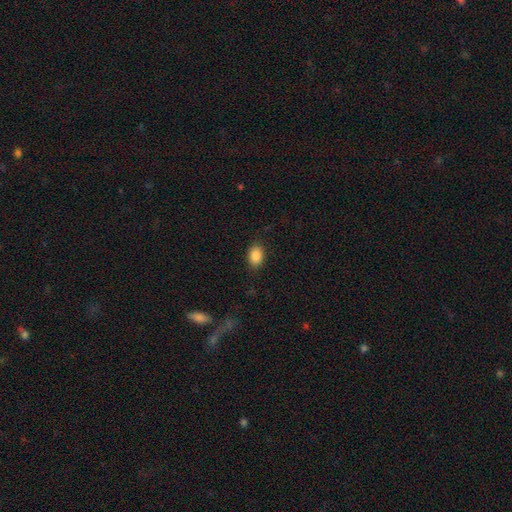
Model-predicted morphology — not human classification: A smooth galaxy with no disk features (87%) that is in between round and cigar-shaped (82%).

Vote fractions:
- Smooth or featured? smooth: 87% / star or artifact: 8% / featured or disk: 4%
- How rounded? in between: 82% / round: 16% / cigar-shaped: 1%
- Merging? none: 87% / minor disturbance: 10% / major disturbance: 3% / merger: 1%